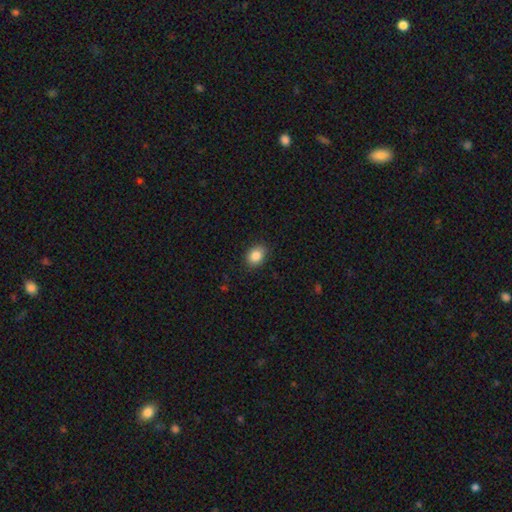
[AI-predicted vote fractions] Smooth or featured: smooth — 86% (star or artifact — 9%)
How rounded: in between — 65% (round — 34%)
Merging: none — 87% (minor disturbance — 10%)